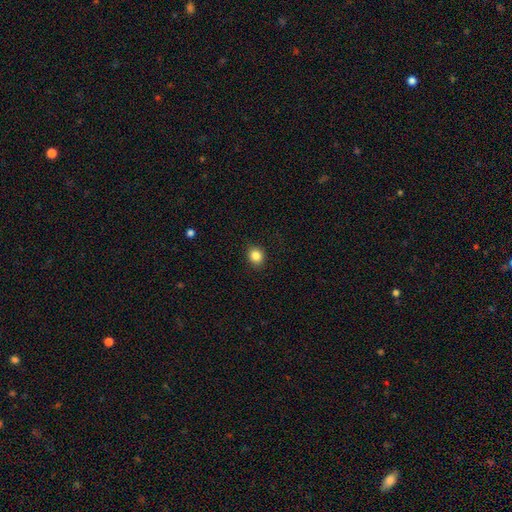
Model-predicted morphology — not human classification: Smooth or featured?
  - smooth: 85% *
  - star or artifact: 10%
  - featured or disk: 4%
How rounded?
  - round: 75% *
  - in between: 24%
  - cigar-shaped: 1%
Merging?
  - none: 89% *
  - minor disturbance: 8%
  - major disturbance: 2%
  - merger: 1%